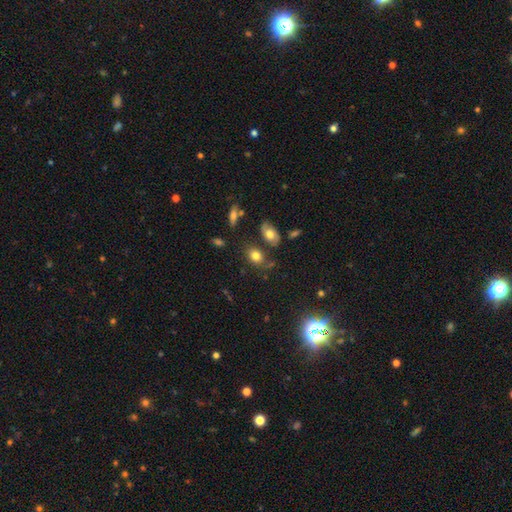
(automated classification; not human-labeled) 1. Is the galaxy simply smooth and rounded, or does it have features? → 79% smooth, 11% star or artifact, 10% featured or disk.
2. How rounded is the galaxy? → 68% in between, 31% round, 2% cigar-shaped.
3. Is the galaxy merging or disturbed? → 68% none, 16% minor disturbance, 11% merger, 5% major disturbance.